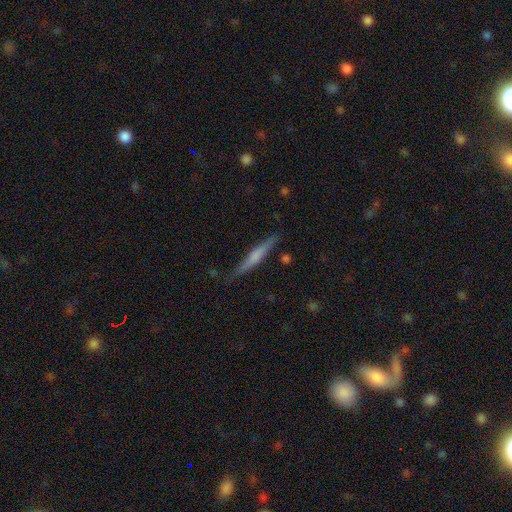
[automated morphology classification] Smooth or featured? Predicted: smooth (p=0.51). How rounded? Predicted: cigar-shaped (p=0.94). Merging? Predicted: none (p=0.83).